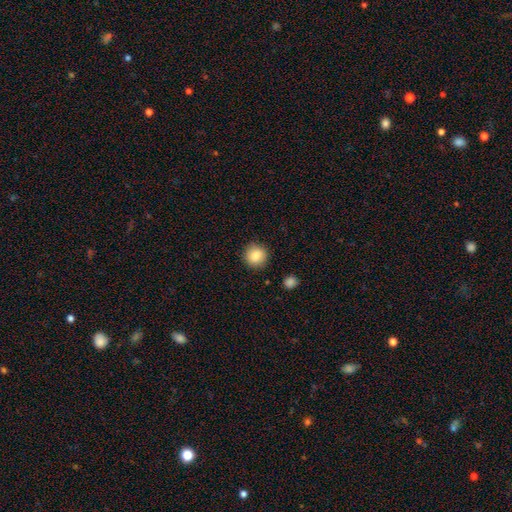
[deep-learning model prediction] Q: Smooth or featured?
A: smooth (86%); runner-up: star or artifact (9%)
Q: How rounded?
A: round (91%); runner-up: in between (8%)
Q: Merging?
A: none (89%); runner-up: minor disturbance (7%)